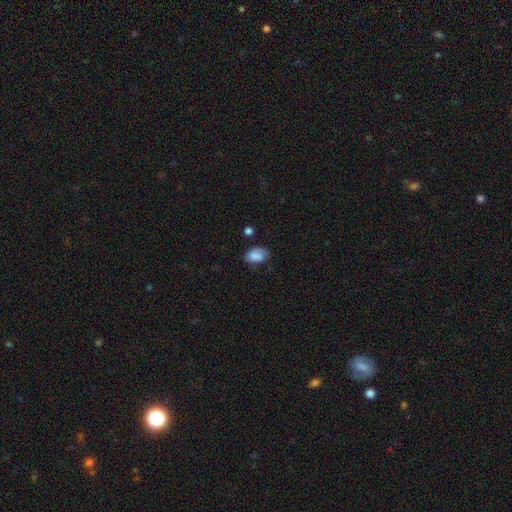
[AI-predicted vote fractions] smooth_or_featured: smooth (p=0.81) [alt: featured or disk p=0.10]
how_rounded: in between (p=0.87) [alt: round p=0.11]
merging: none (p=0.56) [alt: minor disturbance p=0.30]